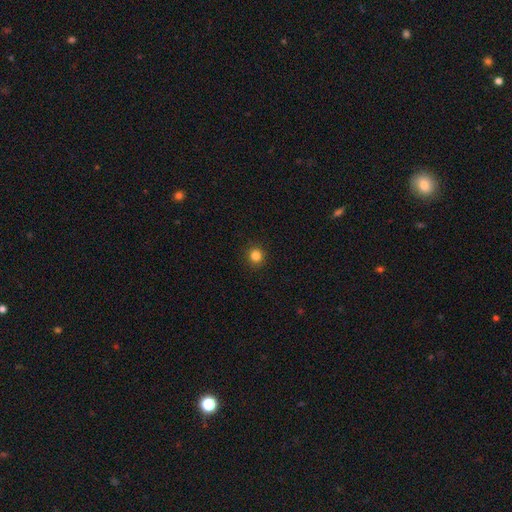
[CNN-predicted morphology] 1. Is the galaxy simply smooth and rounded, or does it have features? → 84% smooth, 13% star or artifact, 4% featured or disk.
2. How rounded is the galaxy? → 94% round, 5% in between, 1% cigar-shaped.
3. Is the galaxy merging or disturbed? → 93% none, 5% minor disturbance, 2% major disturbance, 1% merger.